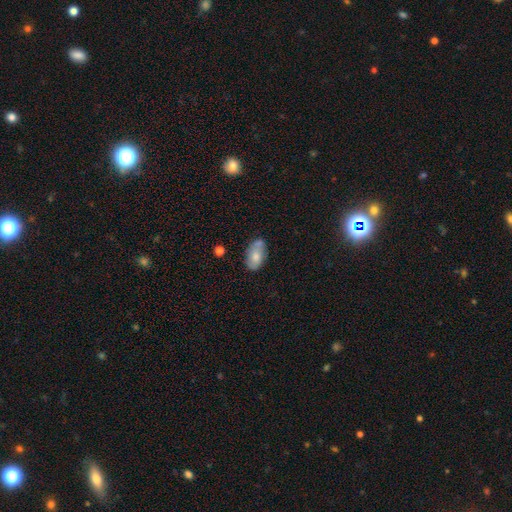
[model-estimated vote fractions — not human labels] Overall: smooth (68%). How rounded: in between (92%). Merging: none (62%; minor disturbance 23%).